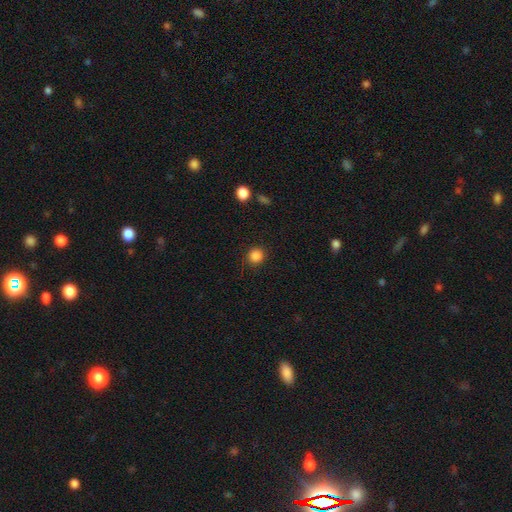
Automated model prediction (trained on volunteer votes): Overall: smooth (86%). How rounded: round (90%). Merging: none (87%).